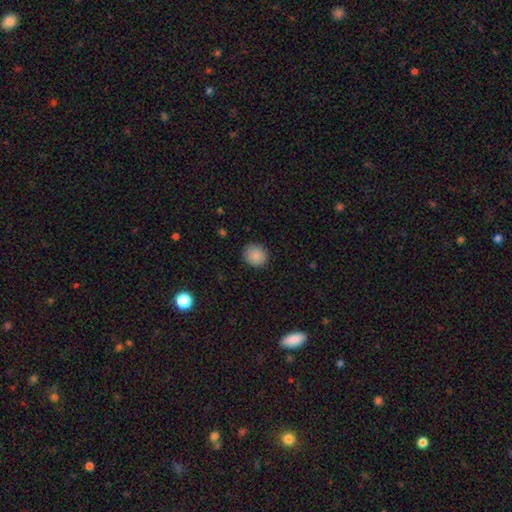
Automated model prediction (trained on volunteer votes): Q: Smooth or featured?
A: smooth (86%); runner-up: star or artifact (9%)
Q: How rounded?
A: round (82%); runner-up: in between (17%)
Q: Merging?
A: none (88%); runner-up: minor disturbance (9%)